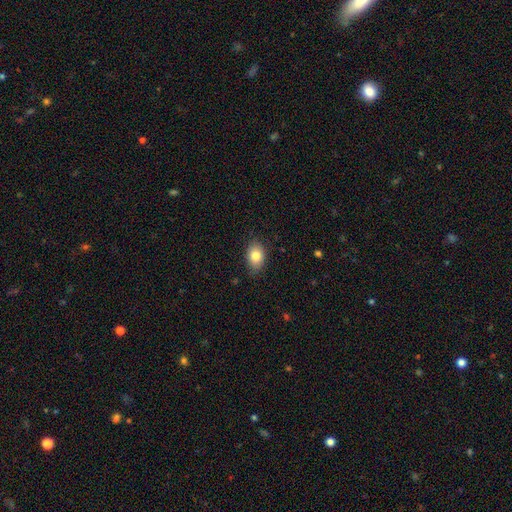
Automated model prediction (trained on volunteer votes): Q: Smooth or featured?
A: smooth (82%); runner-up: featured or disk (10%)
Q: How rounded?
A: in between (82%); runner-up: round (16%)
Q: Merging?
A: none (83%); runner-up: minor disturbance (14%)